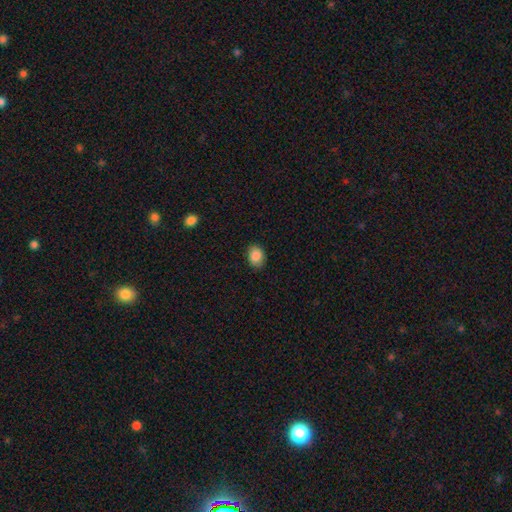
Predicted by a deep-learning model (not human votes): Smooth or featured? smooth (88%)
How rounded? in between (64%)
Merging? none (85%)